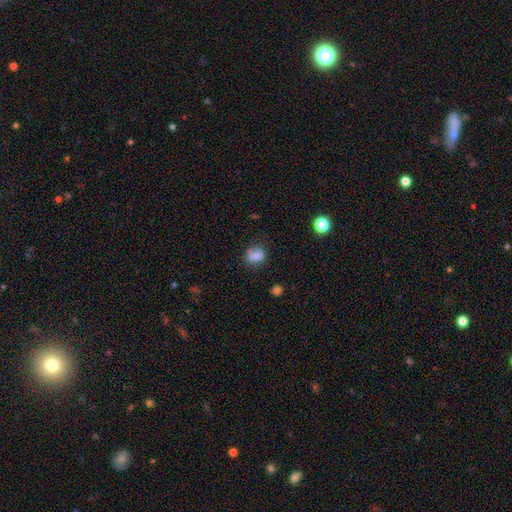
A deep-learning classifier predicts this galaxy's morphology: Smooth or featured? smooth (80%)
How rounded? in between (53%)
Merging? none (64%)